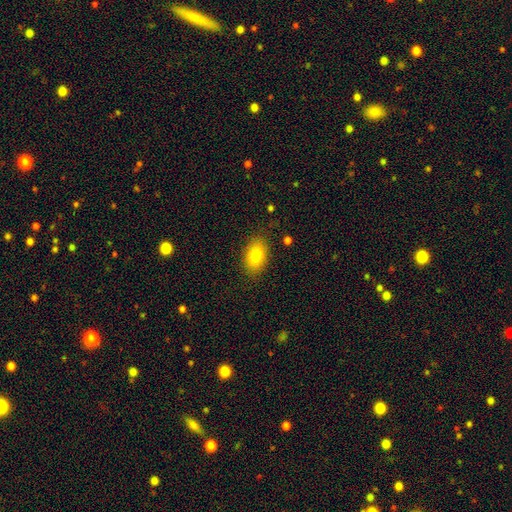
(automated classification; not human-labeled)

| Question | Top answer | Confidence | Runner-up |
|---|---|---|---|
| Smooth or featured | smooth | 82% | featured or disk (10%) |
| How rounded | in between | 89% | round (9%) |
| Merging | none | 85% | minor disturbance (11%) |